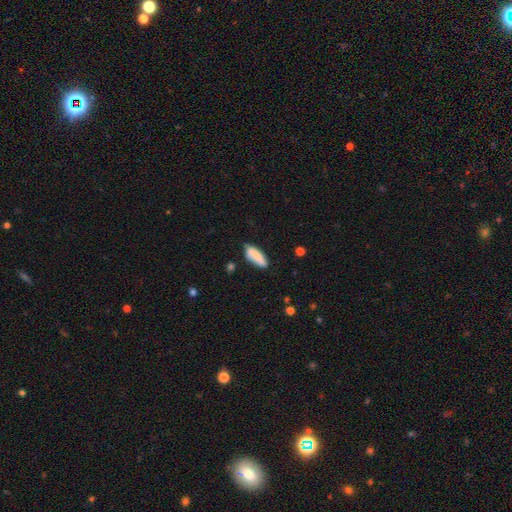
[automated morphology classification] Smooth or featured?
  - smooth: 80% *
  - featured or disk: 14%
  - star or artifact: 7%
How rounded?
  - in between: 71% *
  - cigar-shaped: 27%
  - round: 2%
Merging?
  - none: 67% *
  - minor disturbance: 25%
  - major disturbance: 5%
  - merger: 3%